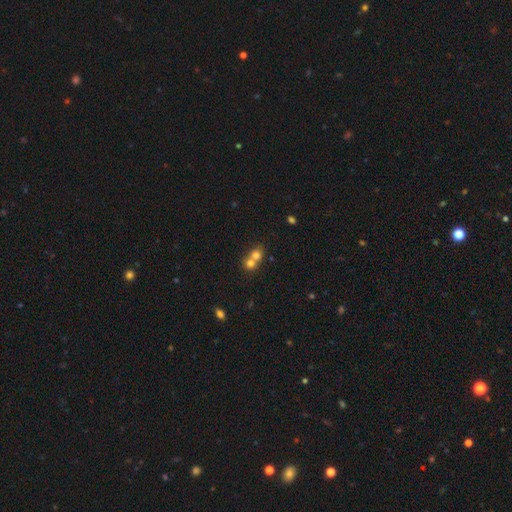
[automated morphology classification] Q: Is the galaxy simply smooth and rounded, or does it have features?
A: smooth — 72%.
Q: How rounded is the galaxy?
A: round — 79%.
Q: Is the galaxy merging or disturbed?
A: merger — 66%.